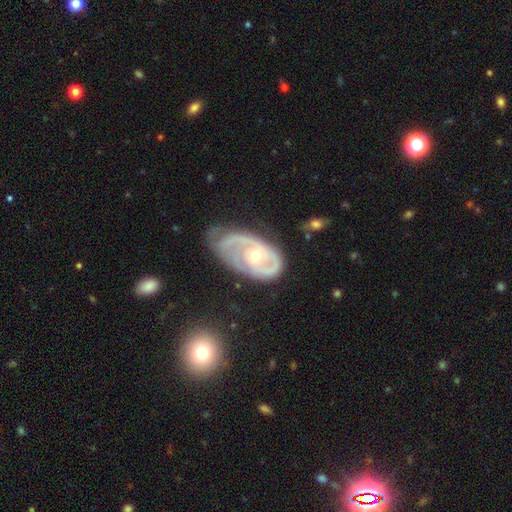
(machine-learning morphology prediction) featured or disk 83%, smooth 12%, star or artifact 5%. Down the decision tree: edge-on disk — no (96%); bar — no (70%); spiral arms — yes (88%); spiral arm count — 2 (43%); spiral winding — tight (56%); bulge size — moderate (55%); merging — none (39%).